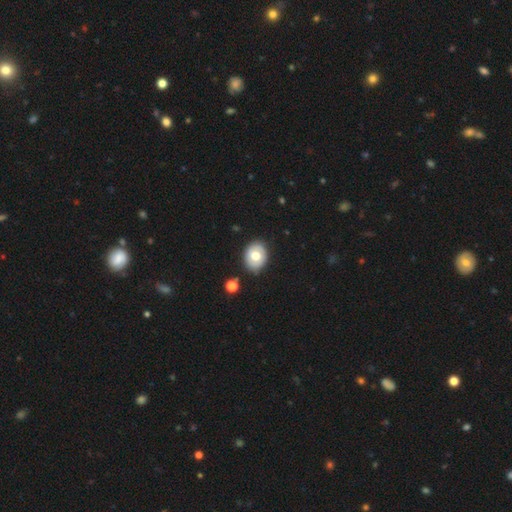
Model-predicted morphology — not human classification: A smooth galaxy with no disk features (61%) that is in between round and cigar-shaped (54%). Merging: none (82%).